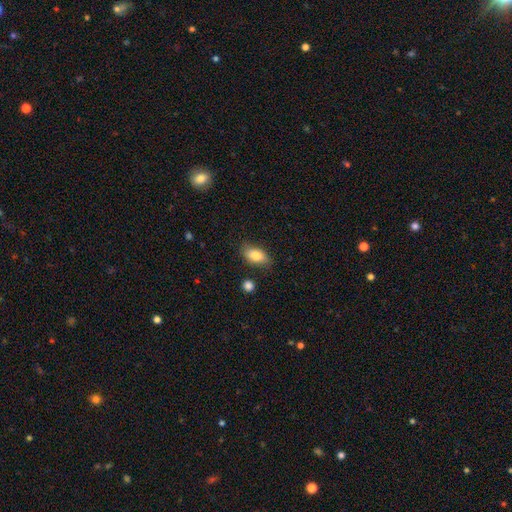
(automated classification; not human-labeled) A smooth galaxy with no disk features (82%) that is in between round and cigar-shaped (89%). Merging: none (81%).